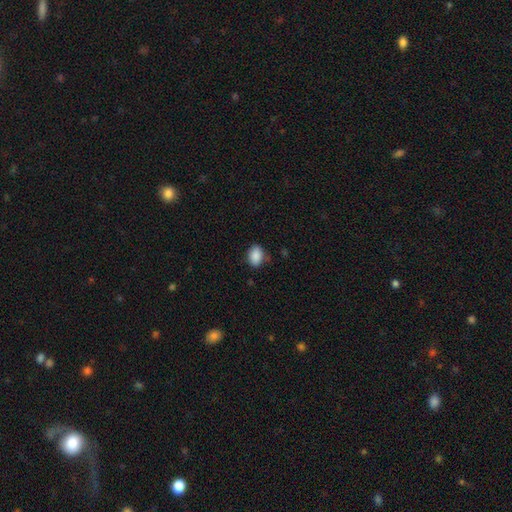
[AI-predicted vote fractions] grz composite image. It shows a smooth galaxy with no disk features (89%) that is in between round and cigar-shaped (77%). Merging: none (76%).